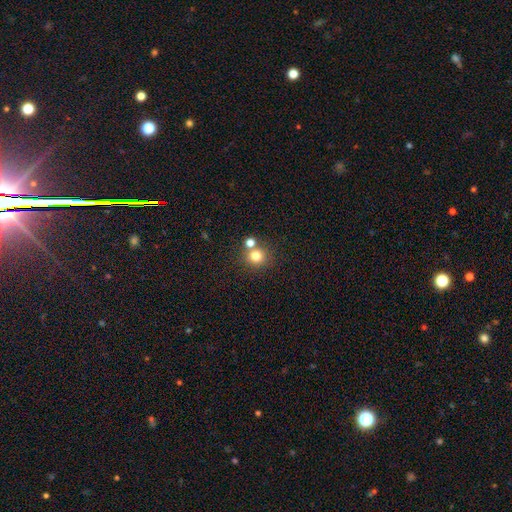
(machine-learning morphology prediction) type=smooth (77%); roundness=round (90%); merging=none (66%).